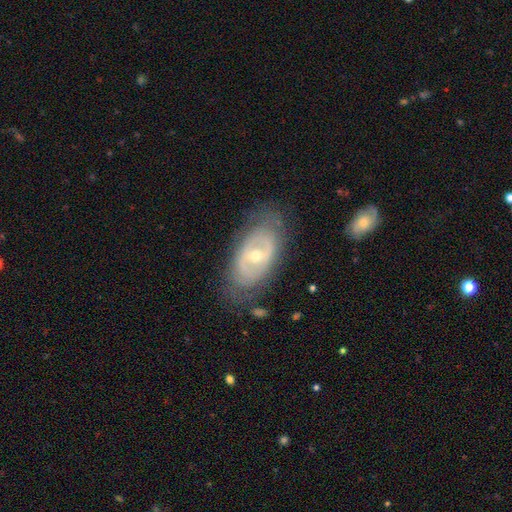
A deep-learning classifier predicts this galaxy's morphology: A featured or disk galaxy (74%) with no bar (45%), spiral arms (52%) and a moderate central bulge (49%).

Vote fractions:
- Smooth or featured? featured or disk: 74% / smooth: 20% / star or artifact: 6%
- Edge-on disk? no: 92% / yes: 8%
- Bar? no: 45% / weak: 36% / strong: 19%
- Spiral arms? yes: 52% / no: 48%
- Bulge size? moderate: 49% / small: 48% / large: 2% / none: 1% / dominant: 1%
- Merging? none: 75% / minor disturbance: 17% / major disturbance: 7% / merger: 2%